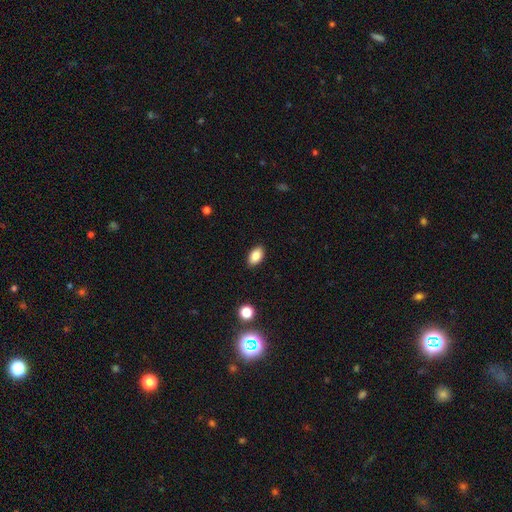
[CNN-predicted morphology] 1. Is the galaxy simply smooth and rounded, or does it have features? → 86% smooth, 8% star or artifact, 6% featured or disk.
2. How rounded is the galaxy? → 92% in between, 6% round, 2% cigar-shaped.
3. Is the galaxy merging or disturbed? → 89% none, 8% minor disturbance, 2% major disturbance, 1% merger.